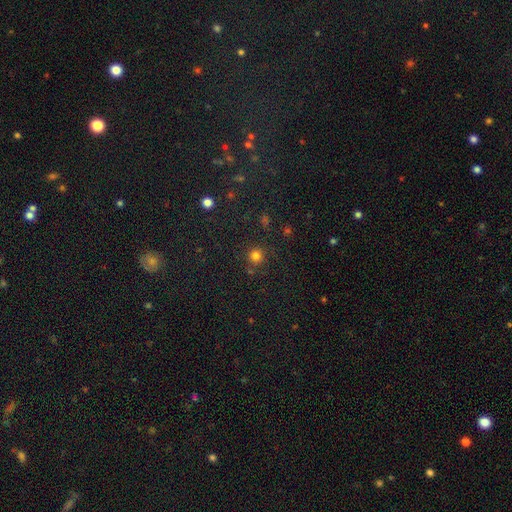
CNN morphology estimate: This is likely a smooth galaxy (79%). How rounded: clearly round (93%). Merging: clearly none (84%).